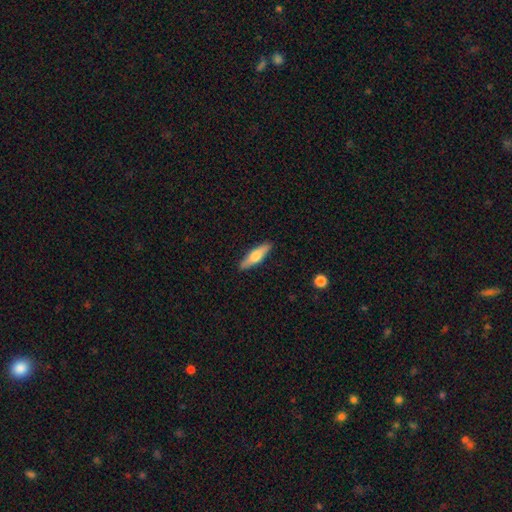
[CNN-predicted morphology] smooth-or-featured: smooth: 58% | featured or disk: 37% | star or artifact: 5%
  how-rounded: cigar-shaped: 66% | in between: 32% | round: 2%
  merging: none: 89% | minor disturbance: 8% | major disturbance: 2% | merger: 1%